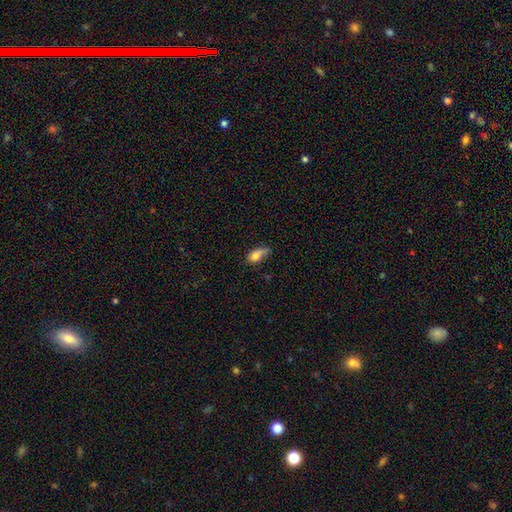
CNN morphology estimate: smooth-or-featured: smooth: 73% | featured or disk: 18% | star or artifact: 8%
  how-rounded: in between: 82% | round: 11% | cigar-shaped: 7%
  merging: none: 36% | minor disturbance: 33% | major disturbance: 26% | merger: 6%